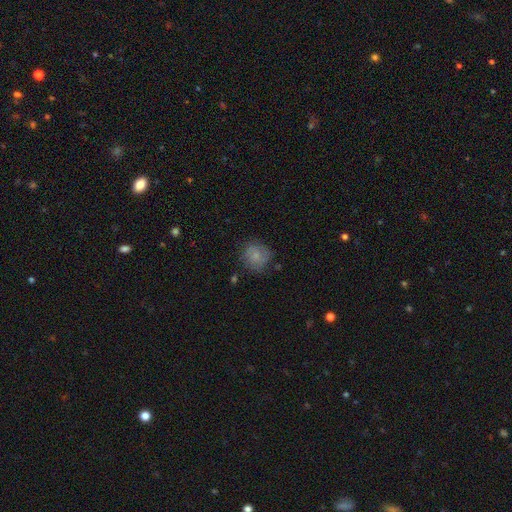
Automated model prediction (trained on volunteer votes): The model was most divided on "merging": none: 70%, minor disturbance: 22%, major disturbance: 7%, merger: 2%. More confident: how rounded — round (85%); smooth or featured — smooth (70%).